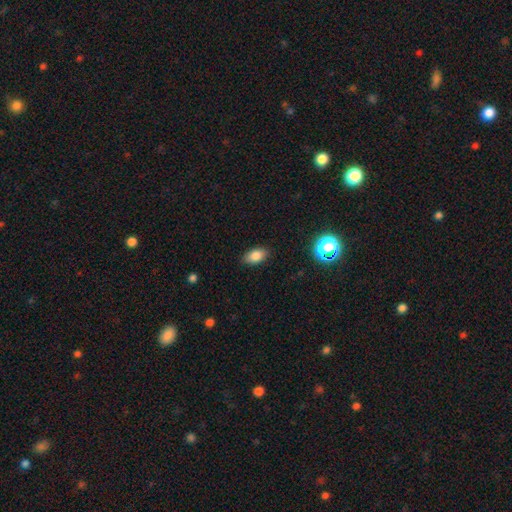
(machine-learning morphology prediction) Q: Smooth or featured?
A: smooth (83%); runner-up: star or artifact (10%)
Q: How rounded?
A: in between (90%); runner-up: round (6%)
Q: Merging?
A: none (87%); runner-up: minor disturbance (10%)